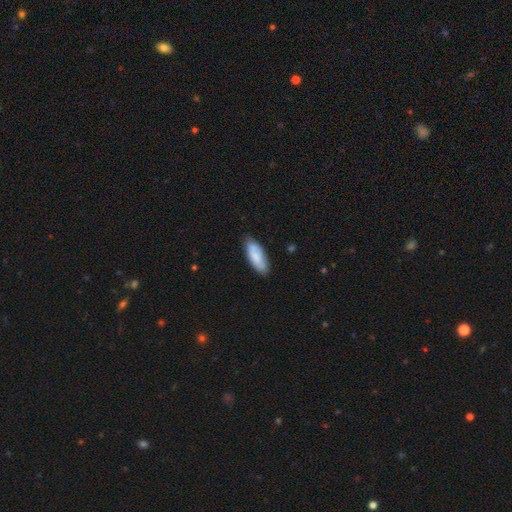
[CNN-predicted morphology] The model was most divided on "how rounded": in between: 75%, cigar-shaped: 24%, round: 2%. More confident: smooth or featured — smooth (82%); merging — none (77%).